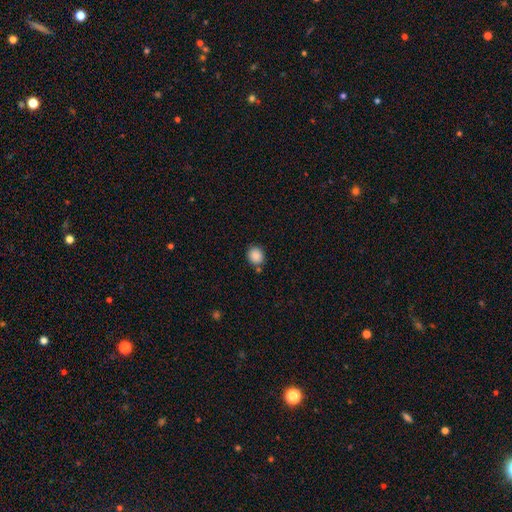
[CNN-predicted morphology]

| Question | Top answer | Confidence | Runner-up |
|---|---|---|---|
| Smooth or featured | smooth | 88% | star or artifact (9%) |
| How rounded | round | 79% | in between (20%) |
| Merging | none | 80% | minor disturbance (10%) |